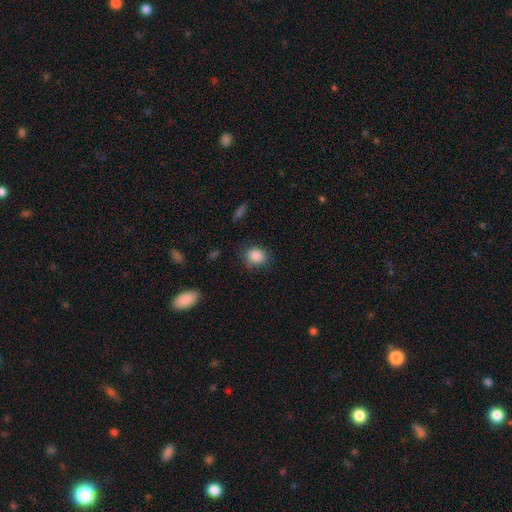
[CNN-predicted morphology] smooth_or_featured: smooth (p=0.87) [alt: star or artifact p=0.09]
how_rounded: round (p=0.68) [alt: in between p=0.31]
merging: none (p=0.78) [alt: minor disturbance p=0.17]